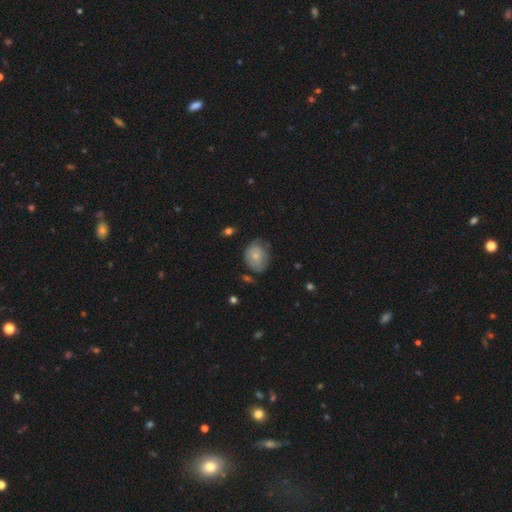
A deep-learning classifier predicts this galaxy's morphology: A smooth galaxy with no disk features (55%) that is round (50%).

Vote fractions:
- Smooth or featured? smooth: 55% / featured or disk: 38% / star or artifact: 7%
- How rounded? round: 50% / in between: 49% / cigar-shaped: 1%
- Merging? none: 55% / minor disturbance: 32% / major disturbance: 10% / merger: 3%